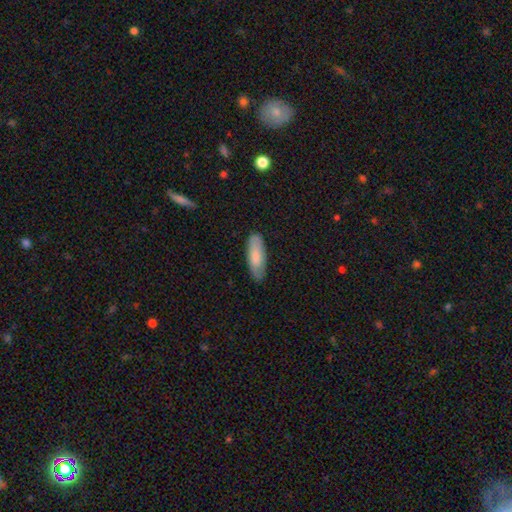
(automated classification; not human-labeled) smooth_or_featured: smooth (p=0.76) [alt: featured or disk p=0.18]
how_rounded: in between (p=0.64) [alt: cigar-shaped p=0.35]
merging: none (p=0.82) [alt: minor disturbance p=0.14]